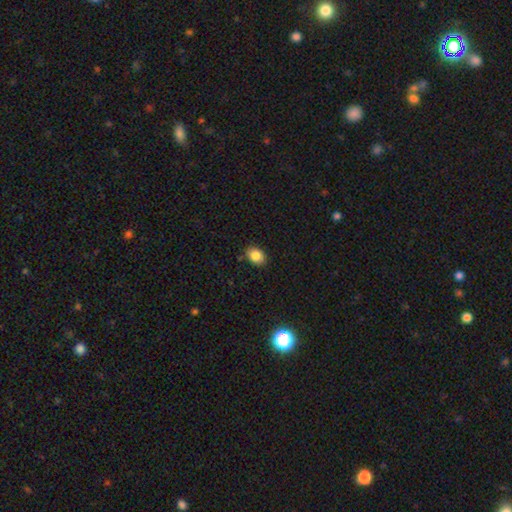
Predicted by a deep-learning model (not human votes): Smooth or featured? Predicted: smooth (p=0.84). How rounded? Predicted: in between (p=0.69). Merging? Predicted: none (p=0.85).